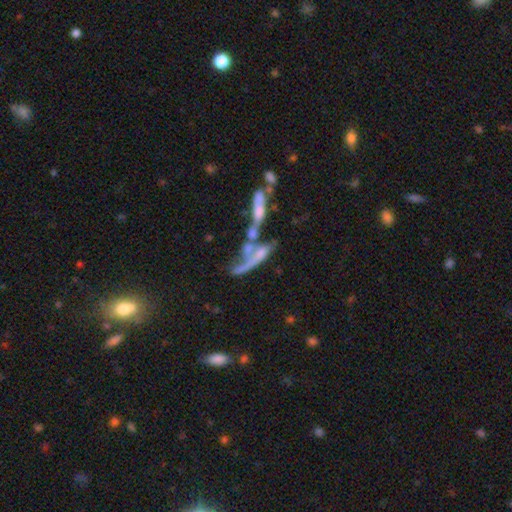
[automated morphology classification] Smooth or featured? featured or disk (56%)
Edge-on disk? no (70%)
Merging? merger (59%)